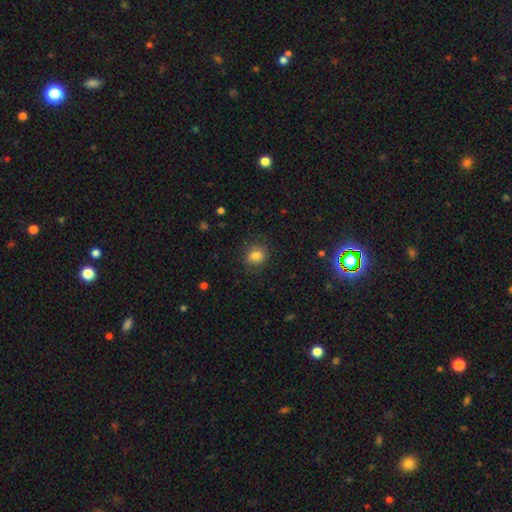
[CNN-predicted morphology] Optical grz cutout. It shows a smooth galaxy with no disk features (79%) that is round (73%). Merging: none (82%).